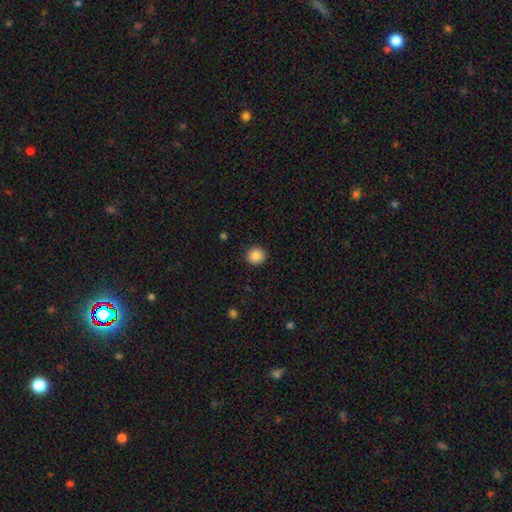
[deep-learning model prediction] Smooth or featured?
  - smooth: 88% *
  - star or artifact: 9%
  - featured or disk: 3%
How rounded?
  - round: 92% *
  - in between: 7%
  - cigar-shaped: 1%
Merging?
  - none: 91% *
  - minor disturbance: 6%
  - major disturbance: 2%
  - merger: 1%